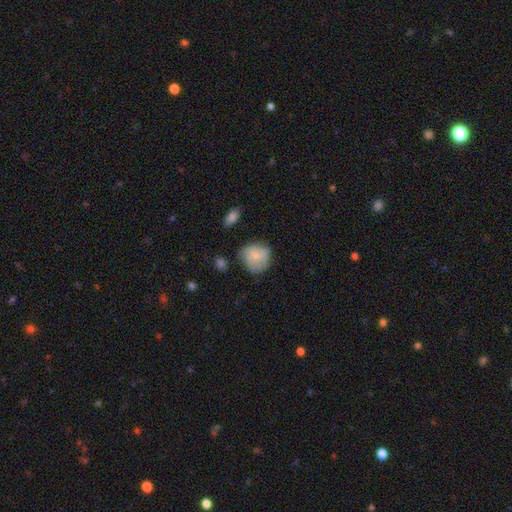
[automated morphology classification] The model was most divided on "merging": none: 59%, minor disturbance: 28%, major disturbance: 9%, merger: 3%. More confident: how rounded — round (79%); smooth or featured — smooth (69%).